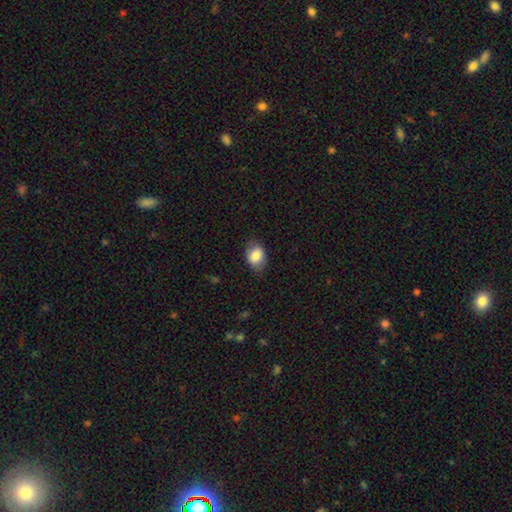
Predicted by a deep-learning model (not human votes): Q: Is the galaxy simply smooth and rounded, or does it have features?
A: smooth — 83%.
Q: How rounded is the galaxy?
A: in between — 75%.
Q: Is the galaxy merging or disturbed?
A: none — 77%.